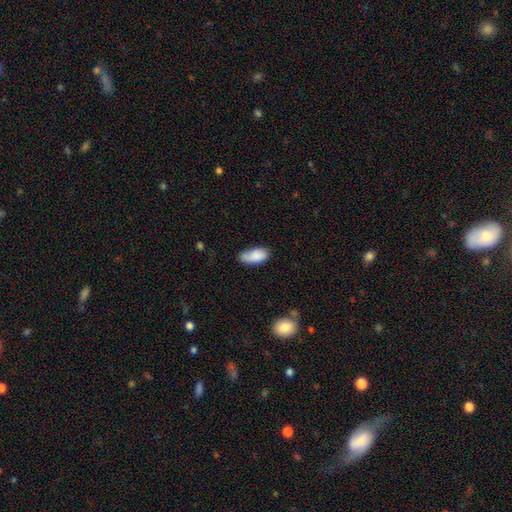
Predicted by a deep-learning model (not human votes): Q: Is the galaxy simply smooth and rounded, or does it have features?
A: smooth — 83%.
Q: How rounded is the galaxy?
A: in between — 90%.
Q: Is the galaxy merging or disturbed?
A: none — 56%.